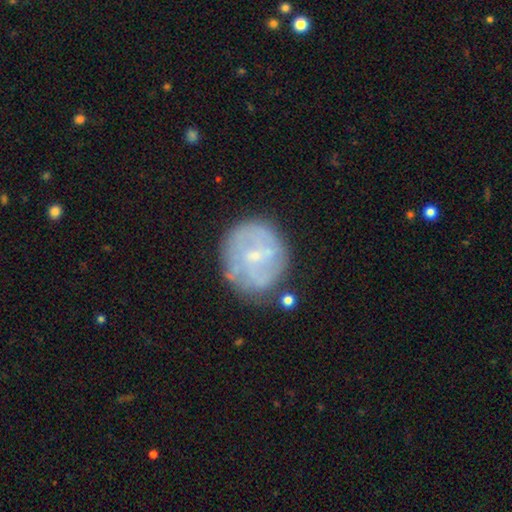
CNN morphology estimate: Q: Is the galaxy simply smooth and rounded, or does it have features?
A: featured or disk — 59%.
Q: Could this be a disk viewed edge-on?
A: no — 98%.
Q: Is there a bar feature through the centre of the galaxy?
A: no — 53%.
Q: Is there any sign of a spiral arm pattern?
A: yes — 53%.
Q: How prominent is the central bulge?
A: small — 72%.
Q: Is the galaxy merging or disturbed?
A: none — 66%.